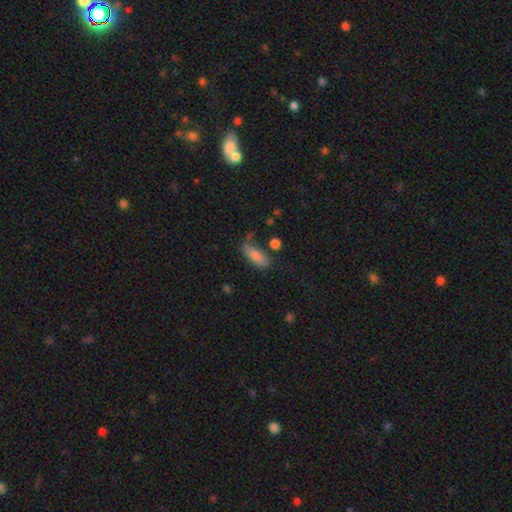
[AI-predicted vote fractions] This appears to be a smooth galaxy with no disk features (78%) that is in between round and cigar-shaped (67%). Merging: none (58%).